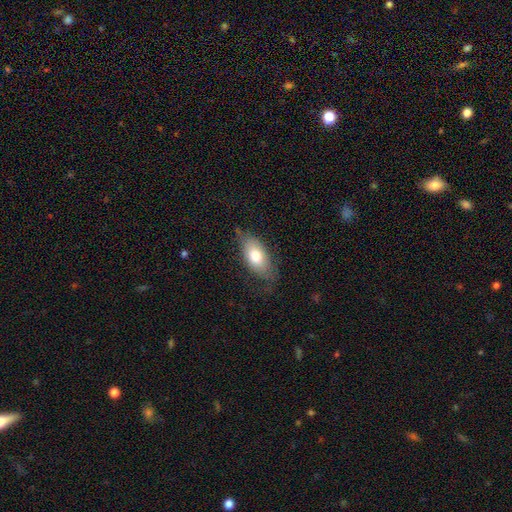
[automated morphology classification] Smooth or featured? Predicted: smooth (p=0.72). How rounded? Predicted: in between (p=0.89). Merging? Predicted: none (p=0.66).